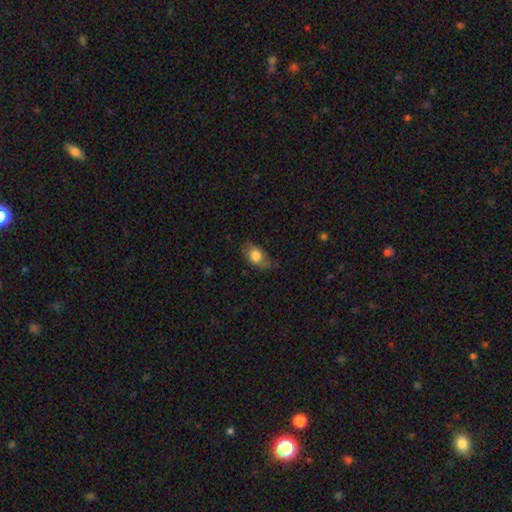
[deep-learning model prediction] smooth 77%, featured or disk 16%, star or artifact 7%. Down the decision tree: how rounded — in between (87%); merging — none (71%).